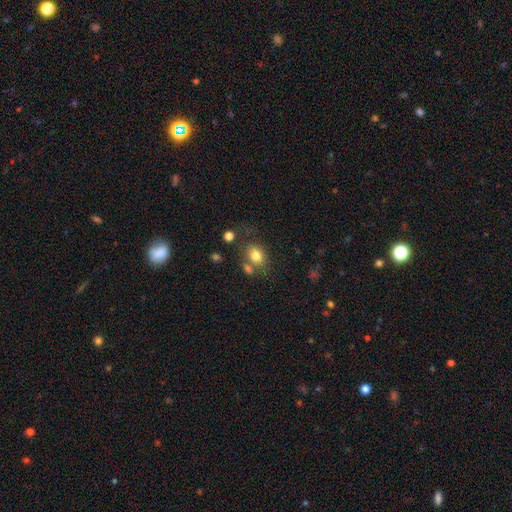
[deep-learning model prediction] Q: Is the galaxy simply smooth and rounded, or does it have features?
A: smooth — 79%.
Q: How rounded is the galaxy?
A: in between — 56%.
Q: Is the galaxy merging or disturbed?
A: none — 57%.